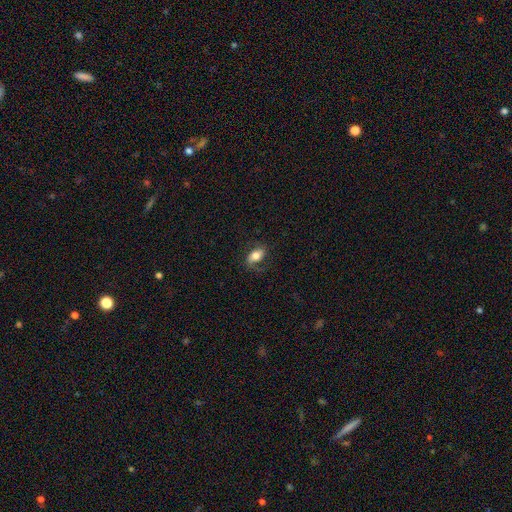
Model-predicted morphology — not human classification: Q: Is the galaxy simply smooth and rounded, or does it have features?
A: smooth — 60%.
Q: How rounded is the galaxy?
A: in between — 88%.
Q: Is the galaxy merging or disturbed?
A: none — 64%.